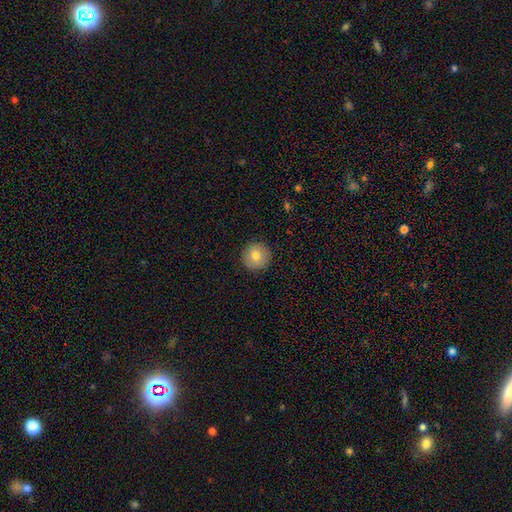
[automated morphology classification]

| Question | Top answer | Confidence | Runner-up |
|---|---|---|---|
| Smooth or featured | smooth | 79% | featured or disk (13%) |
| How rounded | round | 95% | in between (4%) |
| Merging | none | 91% | minor disturbance (6%) |